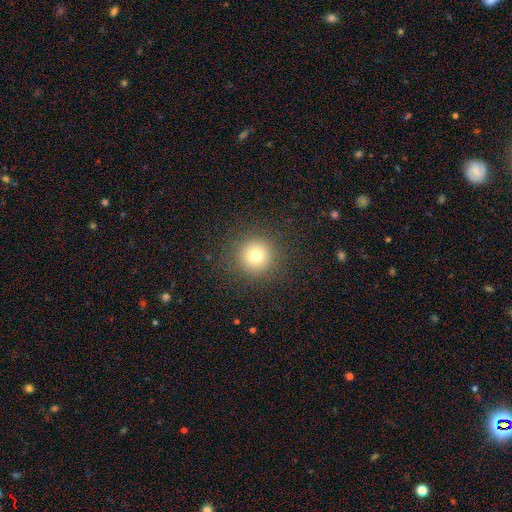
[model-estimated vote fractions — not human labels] Smooth or featured: smooth — 75% (star or artifact — 15%)
How rounded: round — 96% (in between — 4%)
Merging: none — 90% (minor disturbance — 6%)